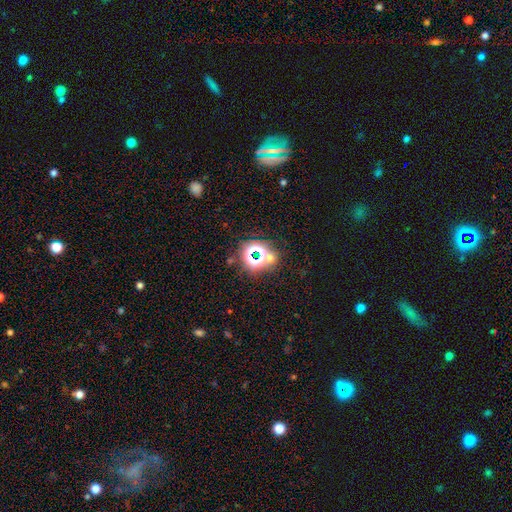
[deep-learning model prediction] Smooth or featured?
  - star or artifact: 66% *
  - smooth: 23%
  - featured or disk: 10%